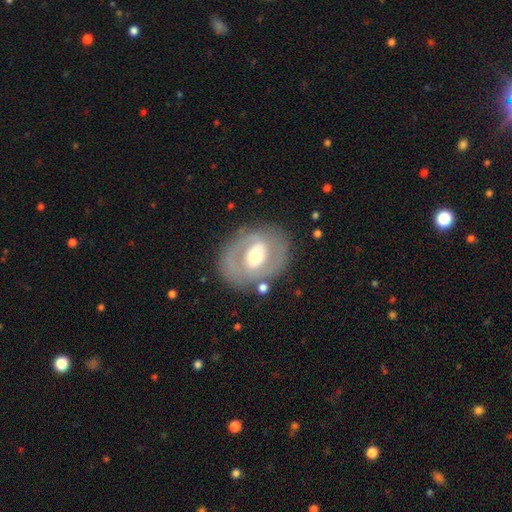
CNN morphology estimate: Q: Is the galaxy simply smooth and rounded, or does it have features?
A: featured or disk — 67%.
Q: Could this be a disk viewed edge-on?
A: no — 95%.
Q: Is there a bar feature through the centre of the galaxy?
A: weak — 38%.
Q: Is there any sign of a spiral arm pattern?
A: no — 54%.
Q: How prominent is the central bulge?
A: moderate — 67%.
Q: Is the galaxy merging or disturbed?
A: none — 77%.